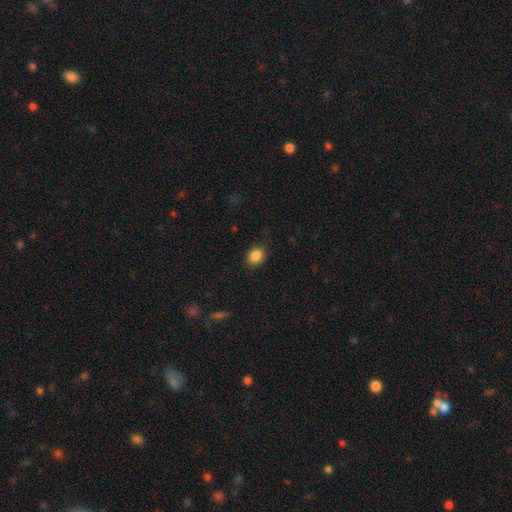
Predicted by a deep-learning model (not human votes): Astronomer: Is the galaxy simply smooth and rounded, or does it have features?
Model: smooth — 87%.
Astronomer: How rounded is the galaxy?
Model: round — 55% (runner-up: in between, 44%).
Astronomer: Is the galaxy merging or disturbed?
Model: none — 87%.